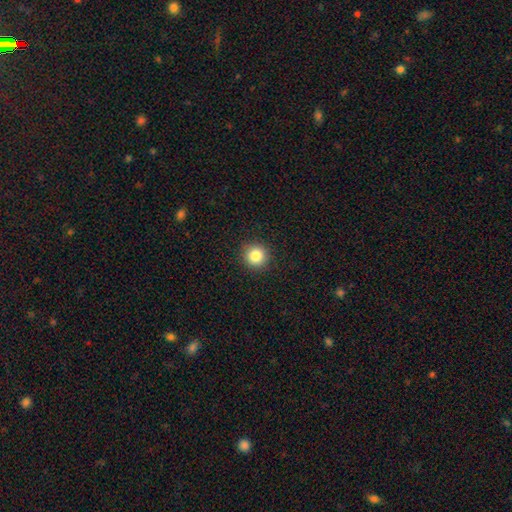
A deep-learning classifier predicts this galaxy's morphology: Smooth or featured?
  - smooth: 85% *
  - star or artifact: 11%
  - featured or disk: 5%
How rounded?
  - round: 94% *
  - in between: 5%
  - cigar-shaped: 1%
Merging?
  - none: 92% *
  - minor disturbance: 6%
  - major disturbance: 2%
  - merger: 1%